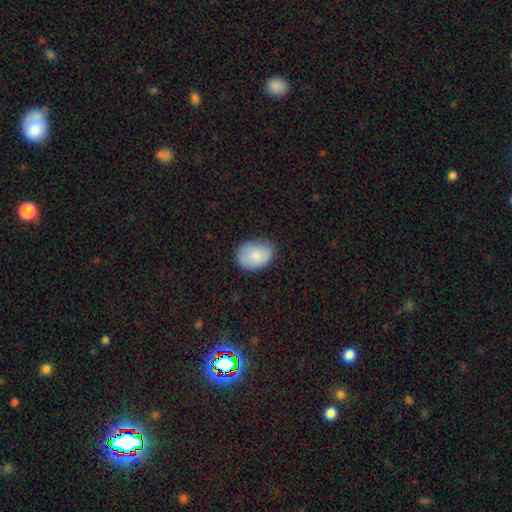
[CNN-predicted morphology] smooth 83%, featured or disk 10%, star or artifact 7%. Down the decision tree: how rounded — in between (72%); merging — none (76%).